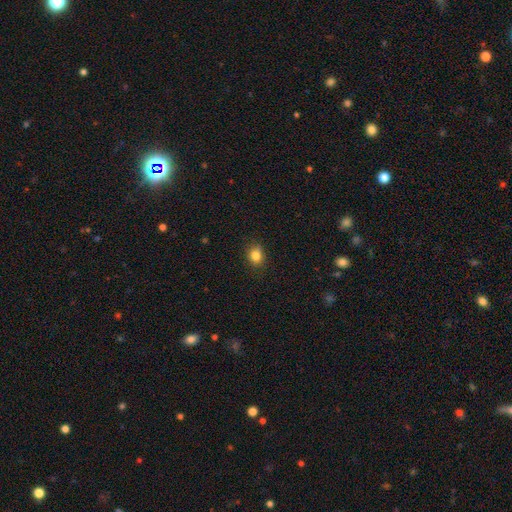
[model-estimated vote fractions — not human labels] This is clearly a smooth galaxy (82%). How rounded: possibly round (58%). Merging: clearly none (84%).